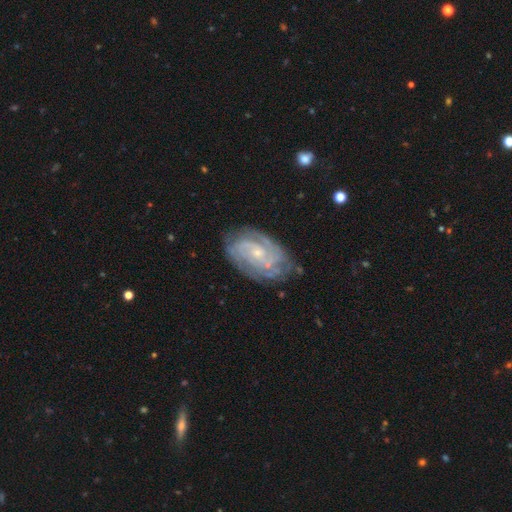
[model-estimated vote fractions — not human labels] The model was most divided on "spiral arm count": can't tell: 40%, 2: 22%, 3: 15%, 4: 11%, more than 4: 7%, 1: 6%. More confident: edge-on disk — no (95%); spiral arms — yes (91%); merging — none (77%); smooth or featured — featured or disk (73%); bulge size — small (64%); spiral winding — tight (62%); bar — no (57%).